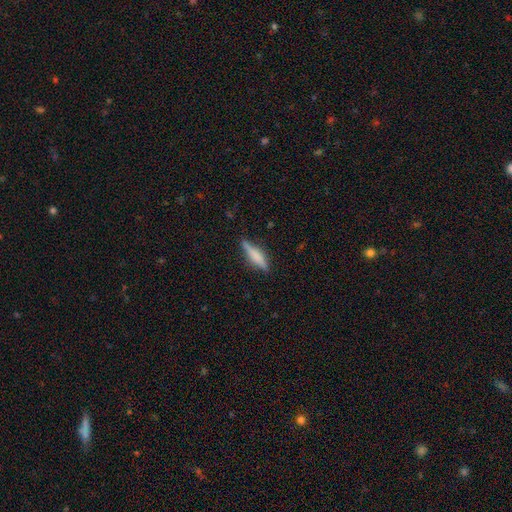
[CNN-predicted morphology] Q: Smooth or featured?
A: smooth (54%); runner-up: featured or disk (38%)
Q: How rounded?
A: cigar-shaped (76%); runner-up: in between (22%)
Q: Merging?
A: none (80%); runner-up: minor disturbance (15%)